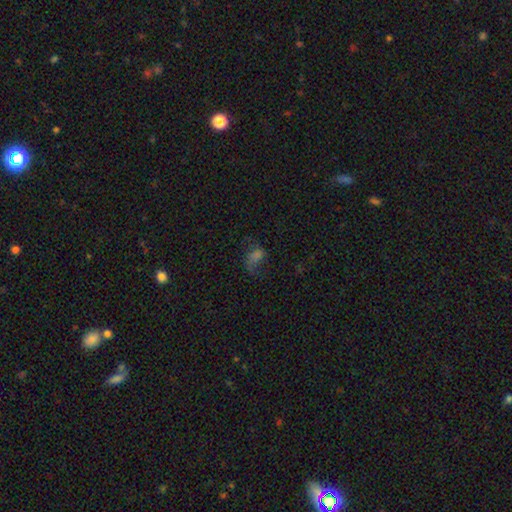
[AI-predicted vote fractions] Morphology: type=smooth (47%); merging=none (38%).